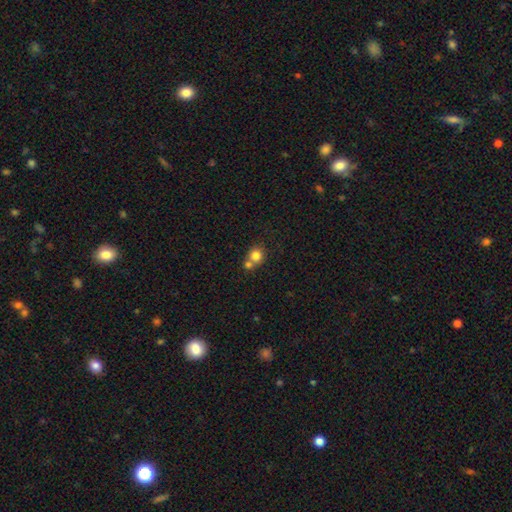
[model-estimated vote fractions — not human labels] smooth_or_featured: smooth (p=0.80) [alt: star or artifact p=0.11]
how_rounded: round (p=0.84) [alt: in between p=0.15]
merging: merger (p=0.47) [alt: none p=0.43]